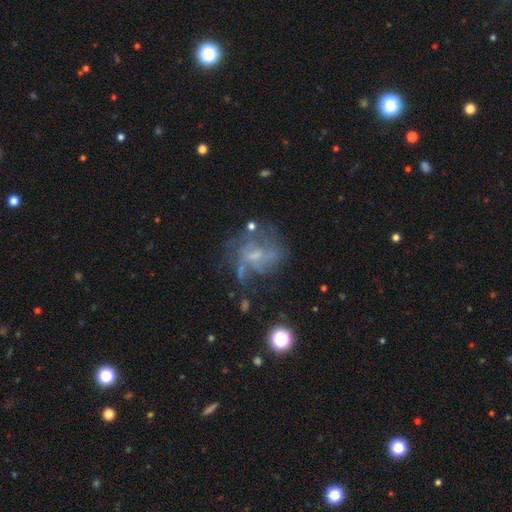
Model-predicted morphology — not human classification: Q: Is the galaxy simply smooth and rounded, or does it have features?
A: featured or disk — 69%.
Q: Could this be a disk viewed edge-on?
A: no — 98%.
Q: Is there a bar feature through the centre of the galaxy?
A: no — 50%.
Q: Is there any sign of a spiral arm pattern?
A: yes — 68%.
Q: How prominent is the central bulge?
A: small — 48%.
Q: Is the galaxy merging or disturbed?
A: none — 45%.